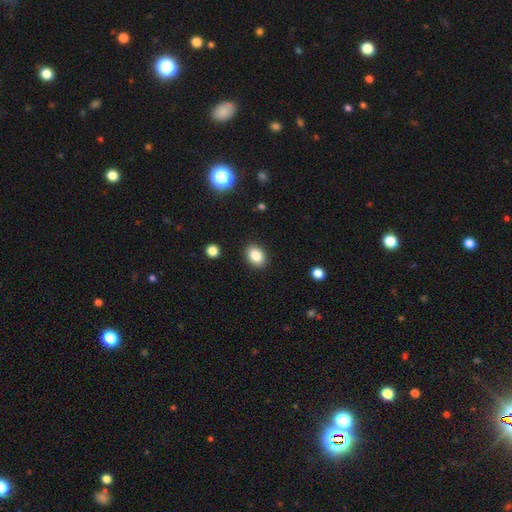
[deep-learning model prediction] smooth 85%, star or artifact 9%, featured or disk 6%. Down the decision tree: how rounded — in between (72%); merging — none (89%).